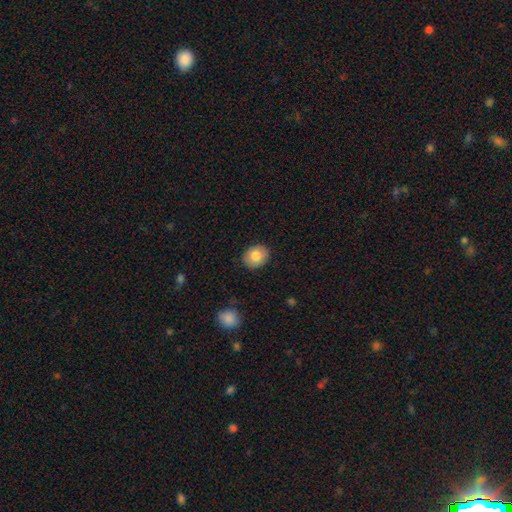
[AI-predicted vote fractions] smooth-or-featured: smooth: 80% | featured or disk: 12% | star or artifact: 8%
  how-rounded: round: 51% | in between: 49% | cigar-shaped: 1%
  merging: none: 88% | minor disturbance: 9% | major disturbance: 2% | merger: 1%